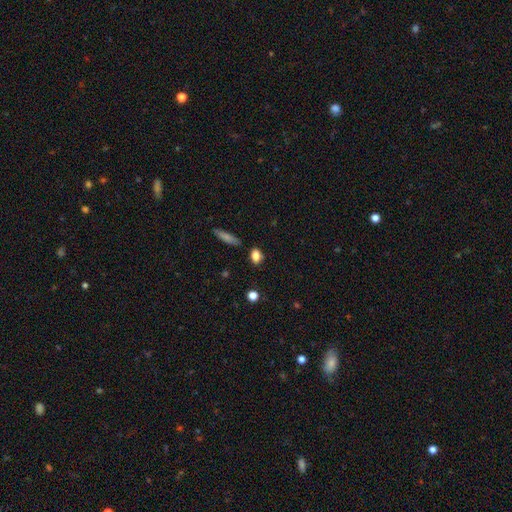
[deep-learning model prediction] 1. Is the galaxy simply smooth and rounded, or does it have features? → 84% smooth, 10% star or artifact, 7% featured or disk.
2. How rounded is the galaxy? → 72% in between, 23% round, 5% cigar-shaped.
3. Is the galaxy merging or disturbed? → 79% none, 15% minor disturbance, 4% merger, 3% major disturbance.